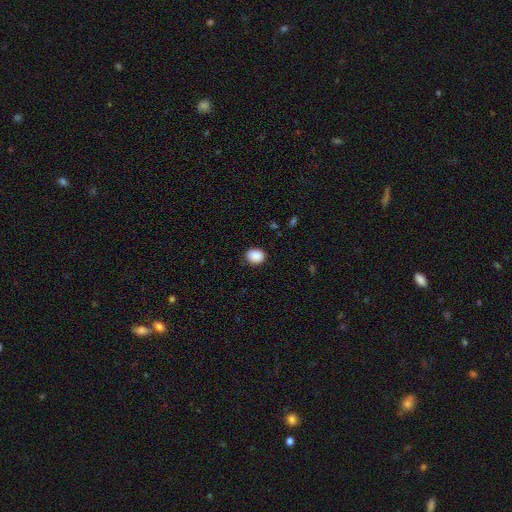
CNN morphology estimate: Overall: smooth (89%). How rounded: round (54%; in between 45%). Merging: none (86%).